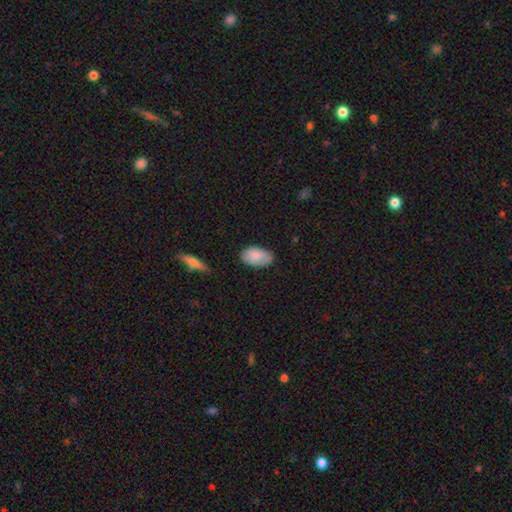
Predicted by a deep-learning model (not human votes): smooth-or-featured: smooth: 83% | featured or disk: 11% | star or artifact: 6%
  how-rounded: in between: 93% | round: 5% | cigar-shaped: 2%
  merging: none: 75% | minor disturbance: 20% | major disturbance: 3% | merger: 2%